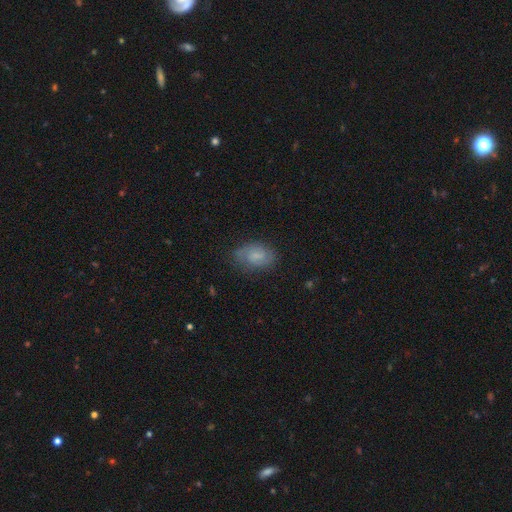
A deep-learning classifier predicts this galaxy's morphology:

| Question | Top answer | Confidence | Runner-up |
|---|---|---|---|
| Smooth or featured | smooth | 57% | featured or disk (33%) |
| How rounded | in between | 83% | round (16%) |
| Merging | none | 69% | minor disturbance (22%) |